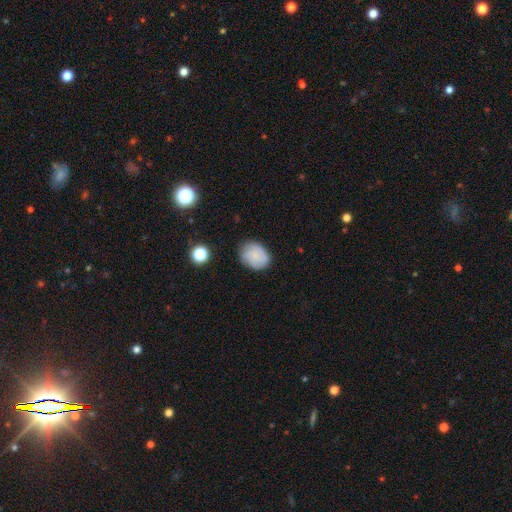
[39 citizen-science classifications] Smooth or featured: smooth — 59% (featured or disk — 33%)
How rounded: round — 65% (in between — 35%)
Merging: none — 72% (minor disturbance — 22%)